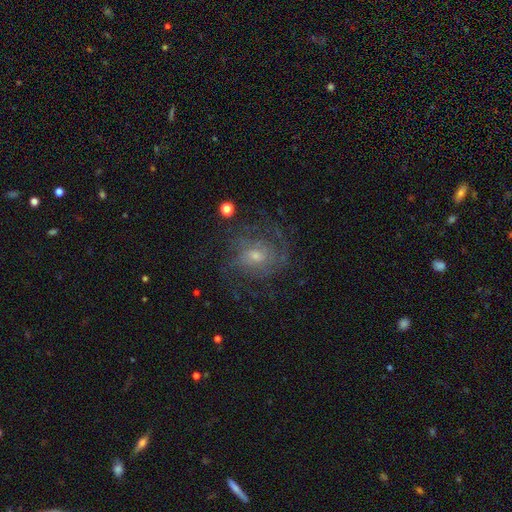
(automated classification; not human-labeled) Smooth or featured? featured or disk (72%)
Edge-on disk? no (97%)
Bar? no (61%)
Spiral arms? yes (83%)
Spiral winding? tight (45%)
Spiral arm count? can't tell (45%)
Bulge size? small (51%)
Merging? none (63%)